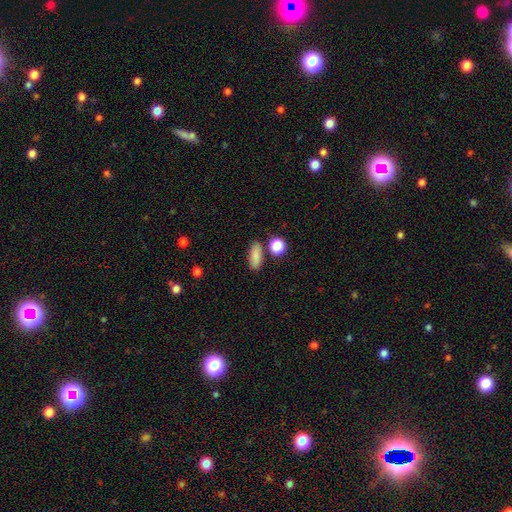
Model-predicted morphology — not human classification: Q: Smooth or featured?
A: smooth (84%); runner-up: star or artifact (9%)
Q: How rounded?
A: in between (77%); runner-up: cigar-shaped (15%)
Q: Merging?
A: none (78%); runner-up: minor disturbance (11%)